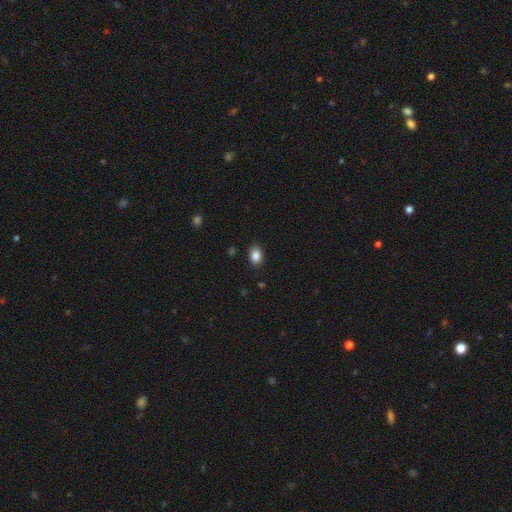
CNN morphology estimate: Overall: smooth (87%). How rounded: in between (75%). Merging: none (87%).